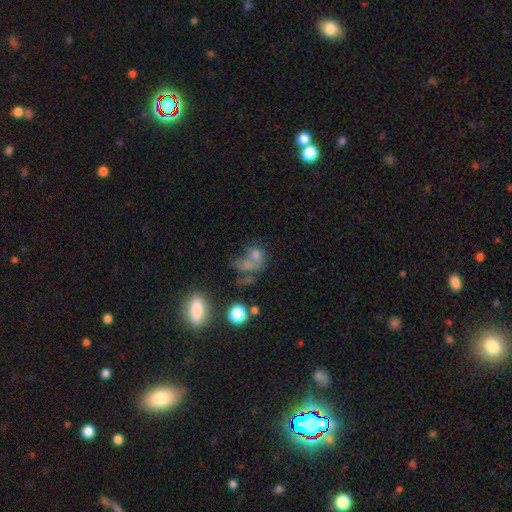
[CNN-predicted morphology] This appears to be a smooth galaxy with no disk features (56%) that is in between round and cigar-shaped (53%). Merging: merger (42%).